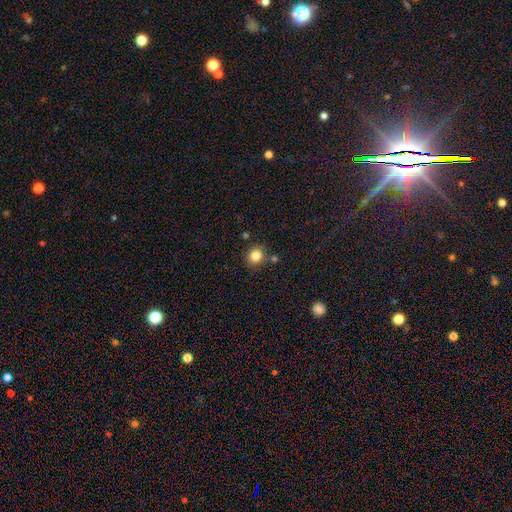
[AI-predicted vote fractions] A smooth galaxy with no disk features (83%) that is round (84%).

Vote fractions:
- Smooth or featured? smooth: 83% / star or artifact: 11% / featured or disk: 5%
- How rounded? round: 84% / in between: 15% / cigar-shaped: 1%
- Merging? none: 79% / minor disturbance: 10% / merger: 8% / major disturbance: 3%